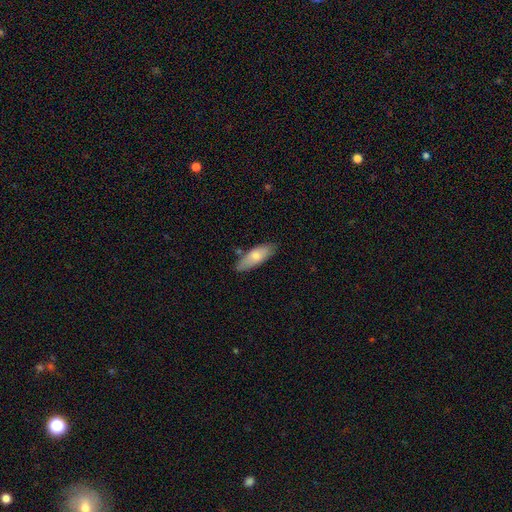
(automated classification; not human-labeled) Smooth or featured? Predicted: smooth (p=0.71). How rounded? Predicted: in between (p=0.64). Merging? Predicted: none (p=0.78).